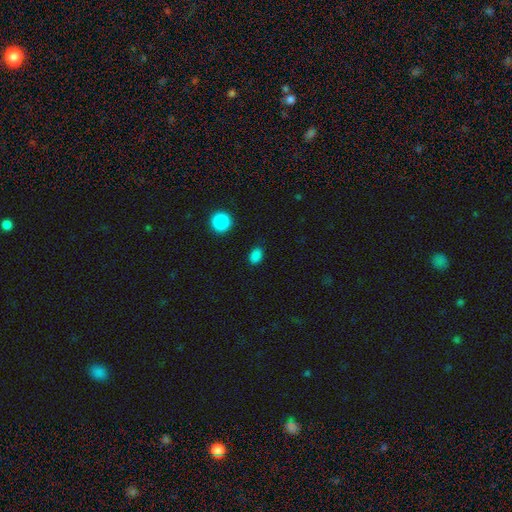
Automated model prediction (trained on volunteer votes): Smooth or featured? Predicted: smooth (p=0.83). How rounded? Predicted: in between (p=0.72). Merging? Predicted: none (p=0.86).